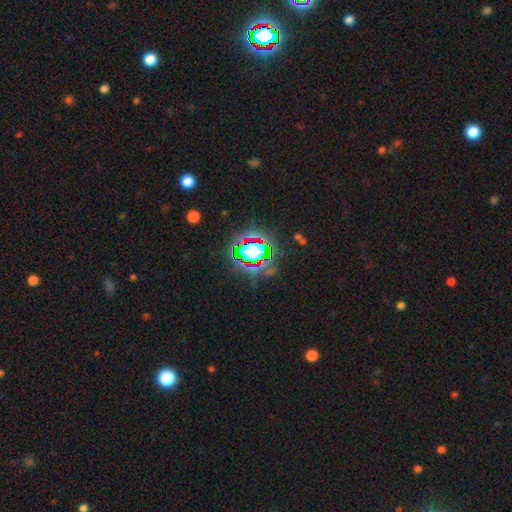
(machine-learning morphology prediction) star or artifact 77%, smooth 13%, featured or disk 9%.